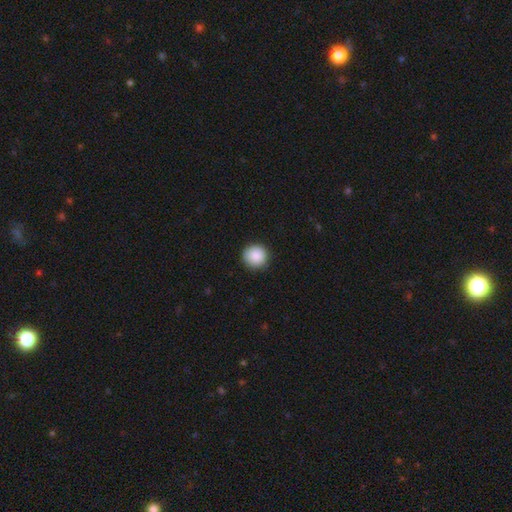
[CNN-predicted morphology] This is clearly a smooth galaxy (89%). How rounded: clearly round (94%). Merging: clearly none (90%).